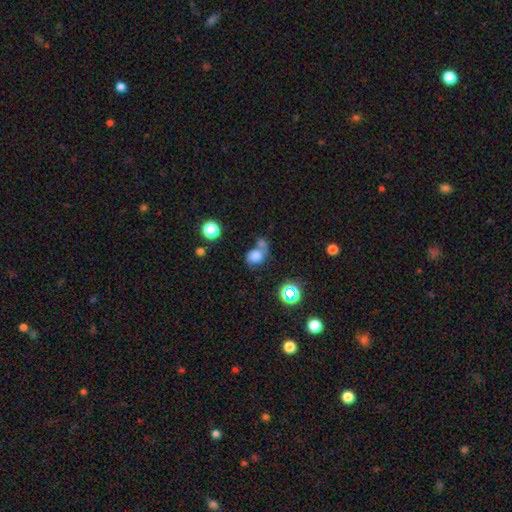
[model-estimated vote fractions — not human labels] Smooth or featured: smooth — 74% (star or artifact — 15%)
How rounded: round — 56% (in between — 43%)
Merging: merger — 44% (none — 34%)